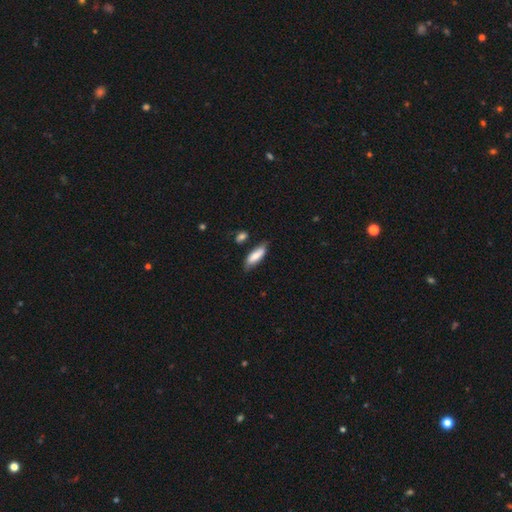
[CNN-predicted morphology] Smooth or featured?
  - smooth: 77% *
  - featured or disk: 17%
  - star or artifact: 6%
How rounded?
  - in between: 52% *
  - cigar-shaped: 46%
  - round: 2%
Merging?
  - none: 68% *
  - minor disturbance: 22%
  - merger: 5%
  - major disturbance: 5%